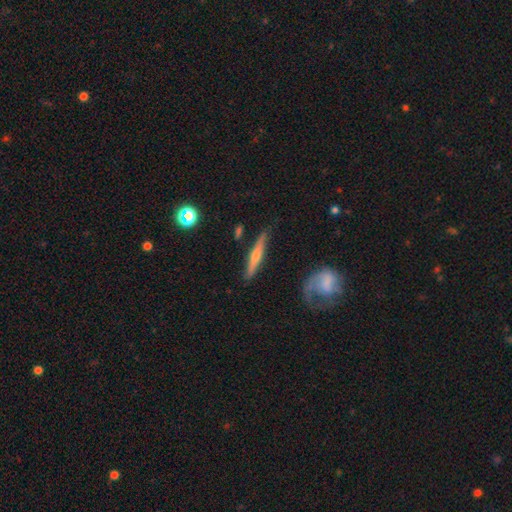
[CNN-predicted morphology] A featured or disk galaxy (63%) viewed edge-on (94%) with a rounded central bulge (81%).

Vote fractions:
- Smooth or featured? featured or disk: 63% / smooth: 31% / star or artifact: 6%
- Edge-on disk? yes: 94% / no: 6%
- Edge-on bulge? rounded: 81% / none: 14% / boxy: 5%
- Merging? none: 84% / minor disturbance: 11% / major disturbance: 3% / merger: 2%